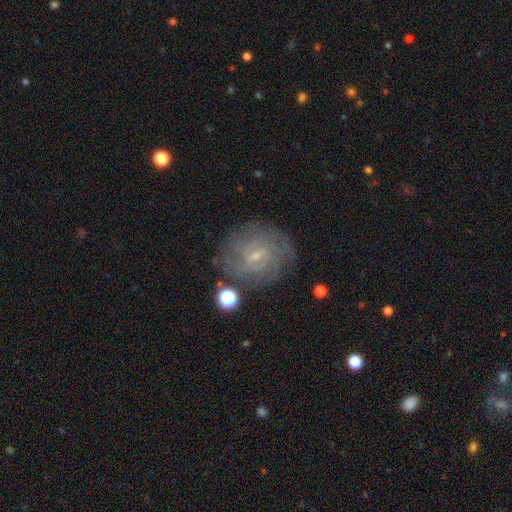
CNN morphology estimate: featured or disk 69%, smooth 19%, star or artifact 12%. Down the decision tree: edge-on disk — no (97%); bar — weak (53%); spiral arms — yes (87%); spiral arm count — can't tell (49%); spiral winding — tight (63%); bulge size — small (81%); merging — none (80%).